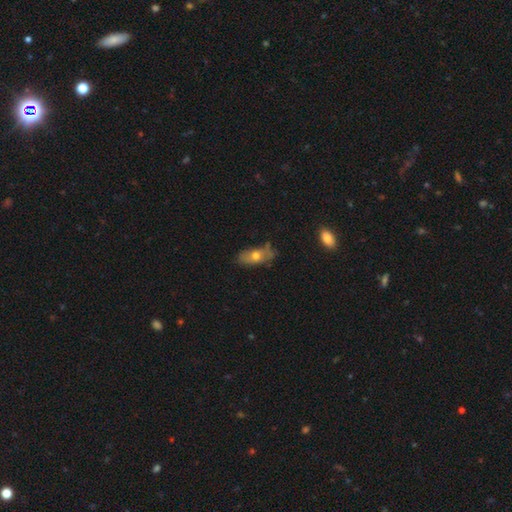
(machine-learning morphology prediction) smooth_or_featured: smooth (p=0.60) [alt: featured or disk p=0.32]
how_rounded: in between (p=0.80) [alt: cigar-shaped p=0.15]
merging: none (p=0.58) [alt: minor disturbance p=0.29]